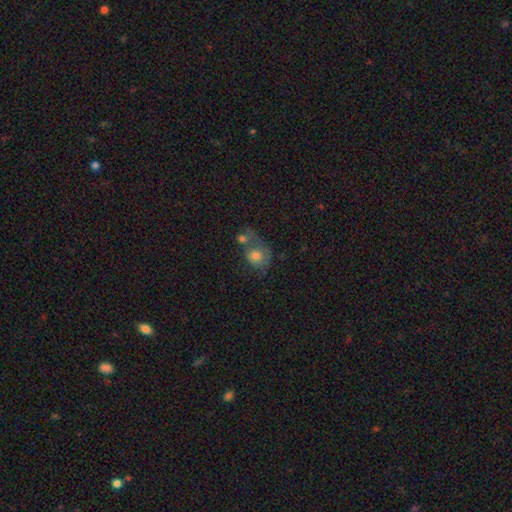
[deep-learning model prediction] Smooth or featured?
  - smooth: 63% *
  - featured or disk: 24%
  - star or artifact: 13%
How rounded?
  - round: 63% *
  - in between: 36%
  - cigar-shaped: 1%
Merging?
  - merger: 43% *
  - none: 29%
  - minor disturbance: 15%
  - major disturbance: 14%